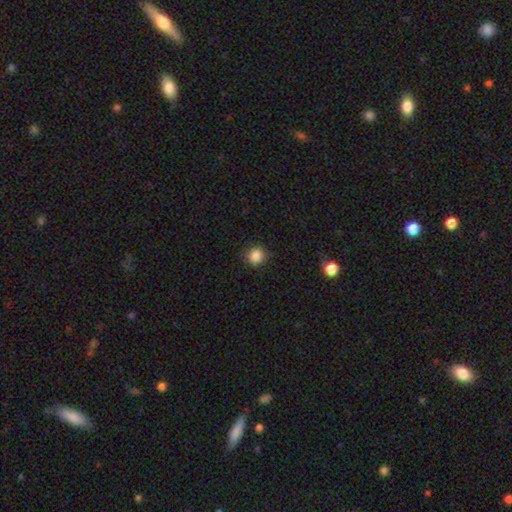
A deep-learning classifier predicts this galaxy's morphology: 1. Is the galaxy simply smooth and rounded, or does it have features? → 86% smooth, 11% star or artifact, 3% featured or disk.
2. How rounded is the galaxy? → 89% round, 10% in between, 1% cigar-shaped.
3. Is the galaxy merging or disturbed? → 88% none, 9% minor disturbance, 2% major disturbance, 1% merger.